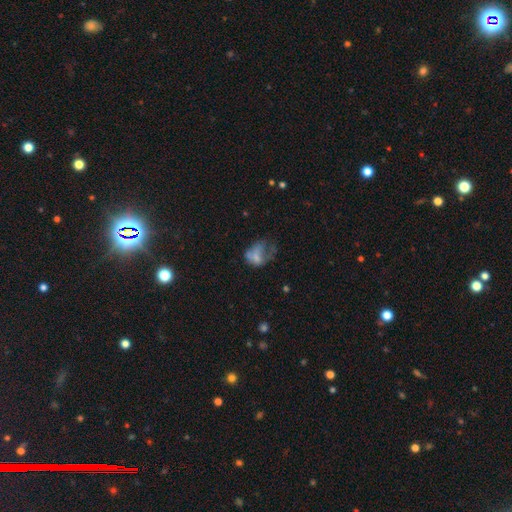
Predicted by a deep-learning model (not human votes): Morphology: type=smooth (55%); roundness=in between (71%); merging=major disturbance (45%).